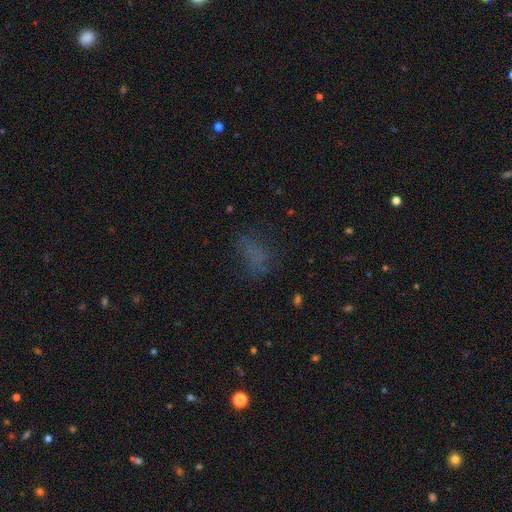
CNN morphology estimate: smooth 55%, star or artifact 27%, featured or disk 18%. Down the decision tree: how rounded — in between (77%); merging — none (55%).